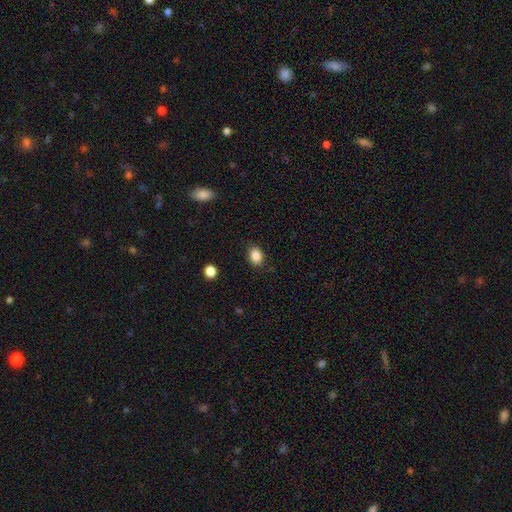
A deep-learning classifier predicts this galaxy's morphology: Smooth or featured? smooth (87%)
How rounded? in between (72%)
Merging? none (85%)